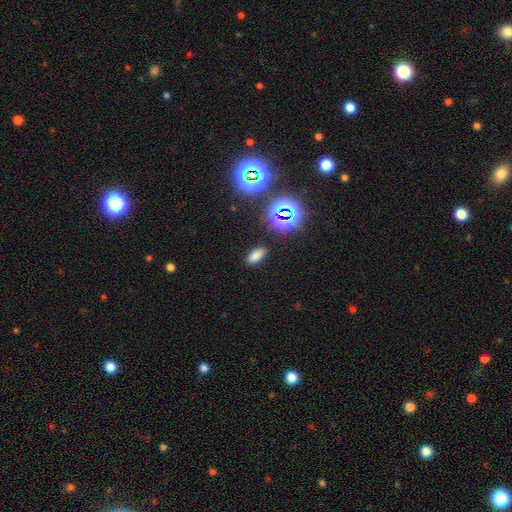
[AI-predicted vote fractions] The model was most divided on "smooth or featured": smooth: 72%, star or artifact: 22%, featured or disk: 6%. More confident: merging — none (88%); how rounded — in between (82%).